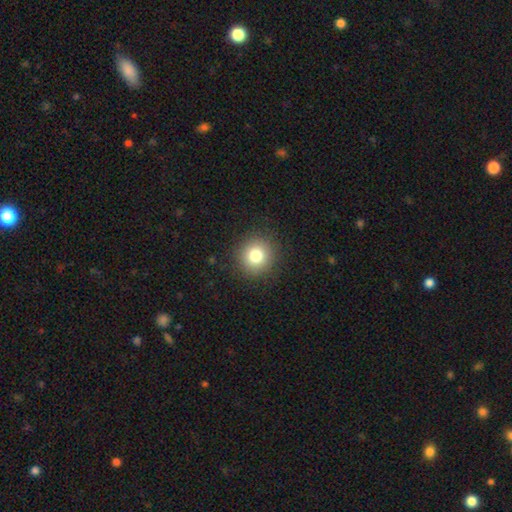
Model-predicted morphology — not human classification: A smooth galaxy with no disk features (79%) that is round (91%).

Vote fractions:
- Smooth or featured? smooth: 79% / star or artifact: 12% / featured or disk: 9%
- How rounded? round: 91% / in between: 8% / cigar-shaped: 1%
- Merging? none: 90% / minor disturbance: 6% / major disturbance: 3% / merger: 1%